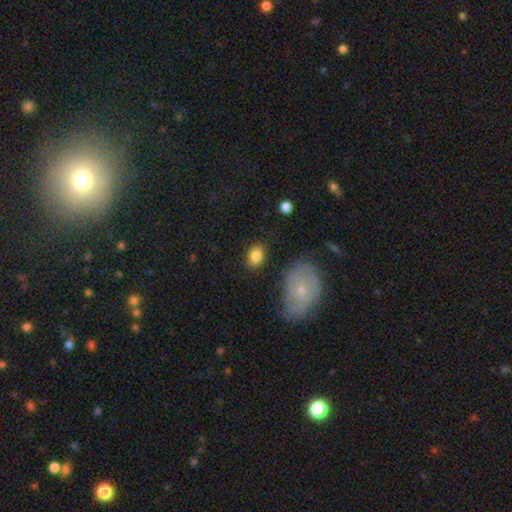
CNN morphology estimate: Smooth or featured? smooth (84%)
How rounded? in between (73%)
Merging? none (80%)